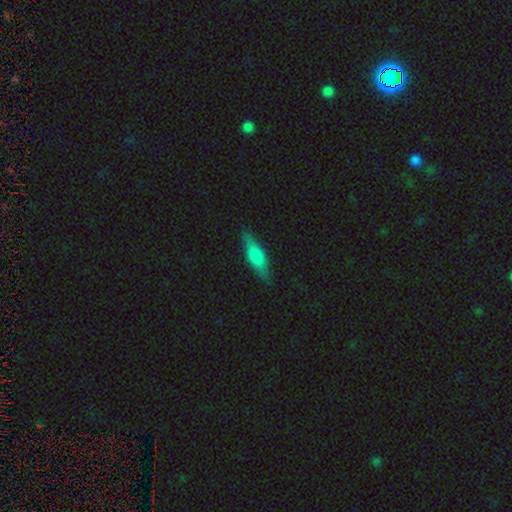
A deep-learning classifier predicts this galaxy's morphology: The model was most divided on "how rounded": cigar-shaped: 52%, in between: 45%, round: 3%. More confident: merging — none (80%); smooth or featured — smooth (65%).